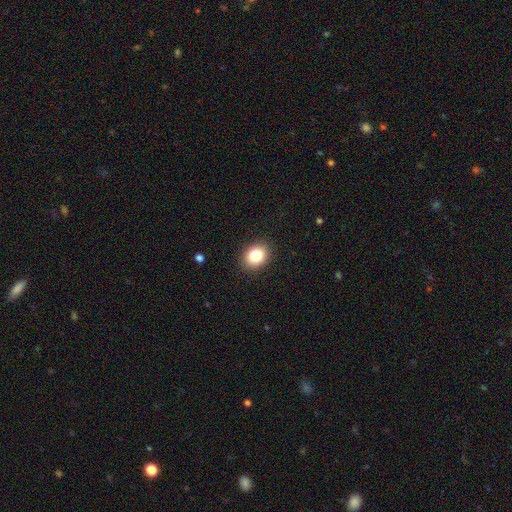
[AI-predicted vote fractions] Smooth or featured: smooth — 84% (star or artifact — 9%)
How rounded: in between — 53% (round — 46%)
Merging: none — 90% (minor disturbance — 7%)